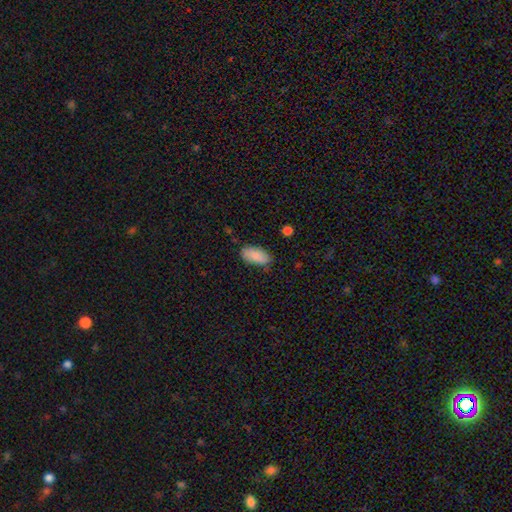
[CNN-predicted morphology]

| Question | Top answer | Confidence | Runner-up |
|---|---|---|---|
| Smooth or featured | smooth | 88% | star or artifact (7%) |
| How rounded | in between | 91% | cigar-shaped (7%) |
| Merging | none | 80% | minor disturbance (15%) |